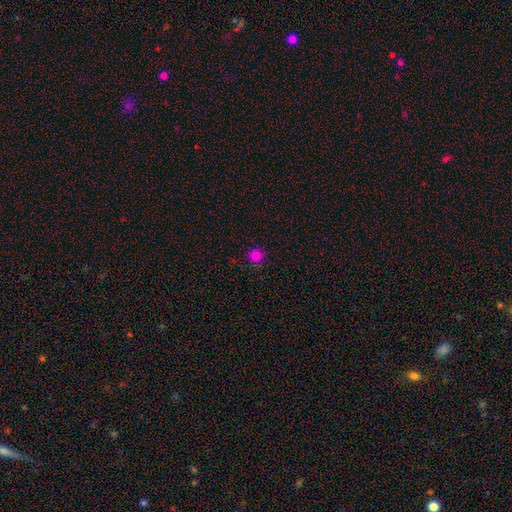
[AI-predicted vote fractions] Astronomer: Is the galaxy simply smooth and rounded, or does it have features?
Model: smooth — 82%.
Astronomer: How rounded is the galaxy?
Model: round — 95%.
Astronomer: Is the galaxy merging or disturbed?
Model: none — 91%.